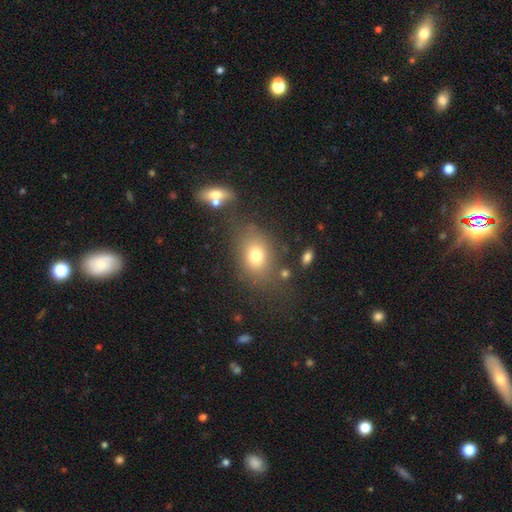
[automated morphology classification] A smooth galaxy with no disk features (74%) that is in between round and cigar-shaped (65%). Merging: none (68%).